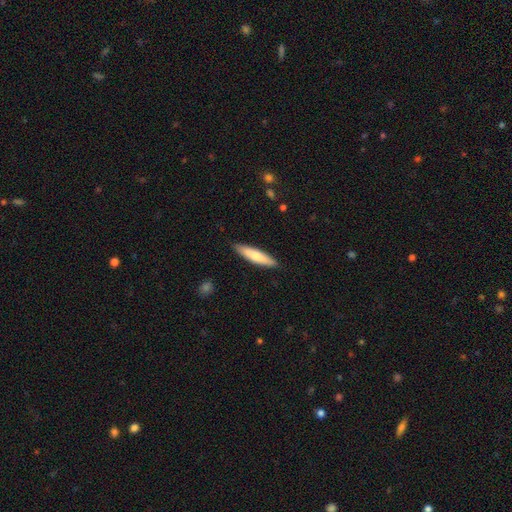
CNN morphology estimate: A smooth galaxy with no disk features (70%) that is cigar-shaped (81%).

Vote fractions:
- Smooth or featured? smooth: 70% / featured or disk: 24% / star or artifact: 5%
- How rounded? cigar-shaped: 81% / in between: 18% / round: 1%
- Merging? none: 88% / minor disturbance: 9% / major disturbance: 2% / merger: 1%